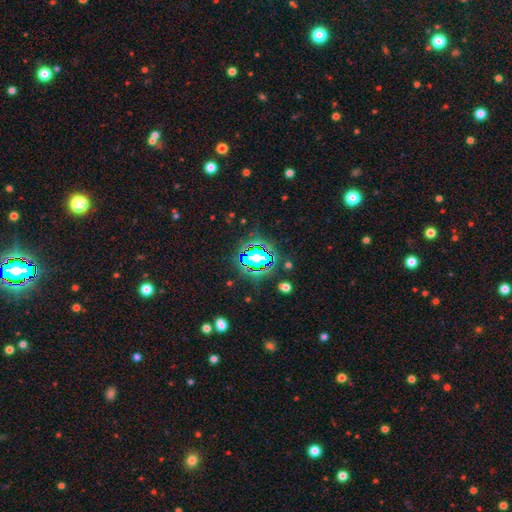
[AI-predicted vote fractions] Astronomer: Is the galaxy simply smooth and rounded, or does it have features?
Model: star or artifact — 82%.